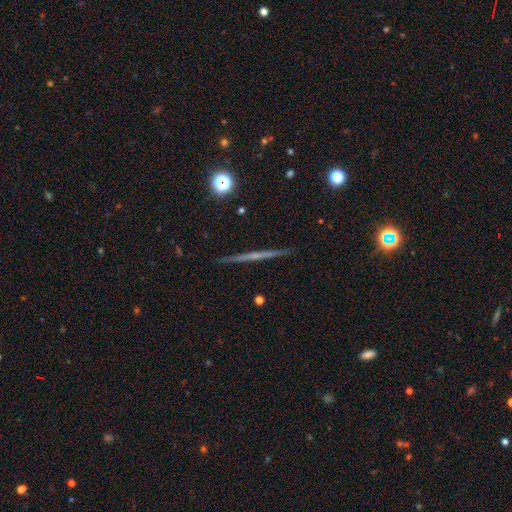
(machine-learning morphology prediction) Smooth or featured: featured or disk — 67% (smooth — 25%)
Edge-on disk: yes — 98% (no — 2%)
Edge-on bulge: none — 75% (rounded — 20%)
Merging: none — 92% (minor disturbance — 5%)